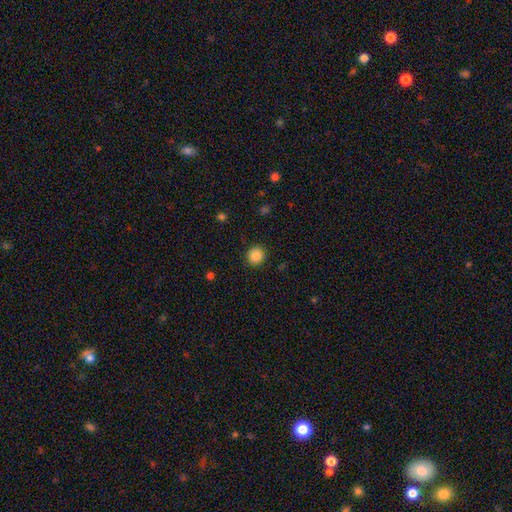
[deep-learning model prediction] Smooth or featured? Predicted: smooth (p=0.86). How rounded? Predicted: round (p=0.89). Merging? Predicted: none (p=0.91).